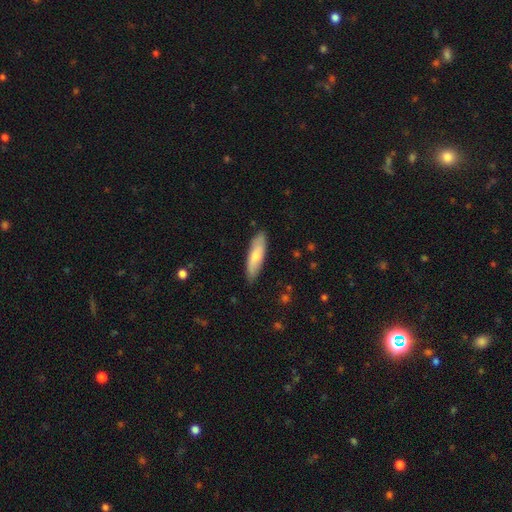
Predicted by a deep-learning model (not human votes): A smooth galaxy with no disk features (73%) that is cigar-shaped (57%). Merging: none (86%).